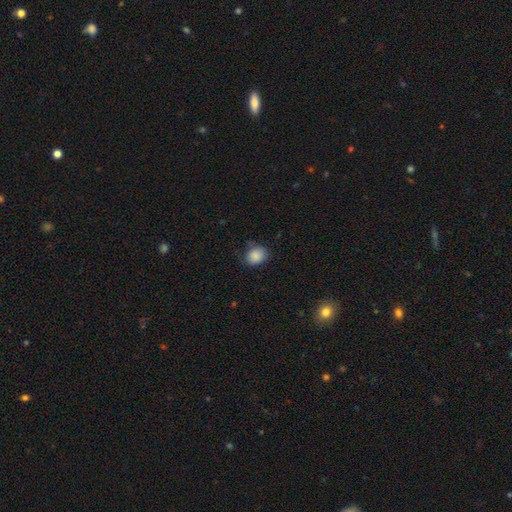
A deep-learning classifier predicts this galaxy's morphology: Q: Smooth or featured?
A: smooth (87%); runner-up: star or artifact (9%)
Q: How rounded?
A: round (56%); runner-up: in between (43%)
Q: Merging?
A: none (74%); runner-up: minor disturbance (21%)